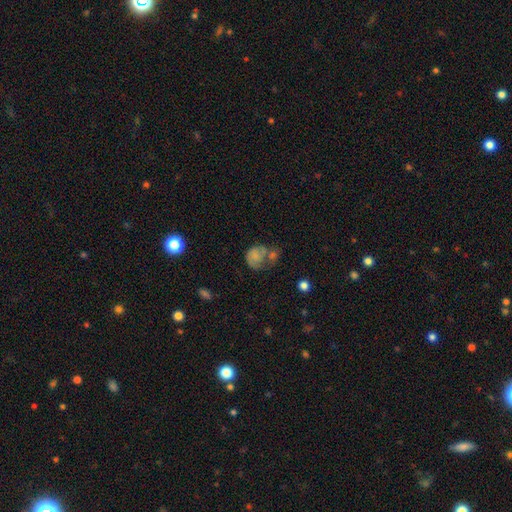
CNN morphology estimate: Smooth or featured: smooth — 61% (featured or disk — 28%)
How rounded: round — 56% (in between — 43%)
Merging: merger — 33% (none — 26%)